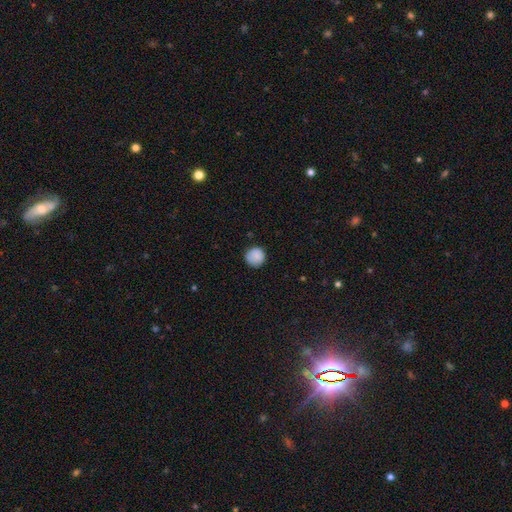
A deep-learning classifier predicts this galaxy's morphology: type=smooth (87%); roundness=round (94%); merging=none (85%).